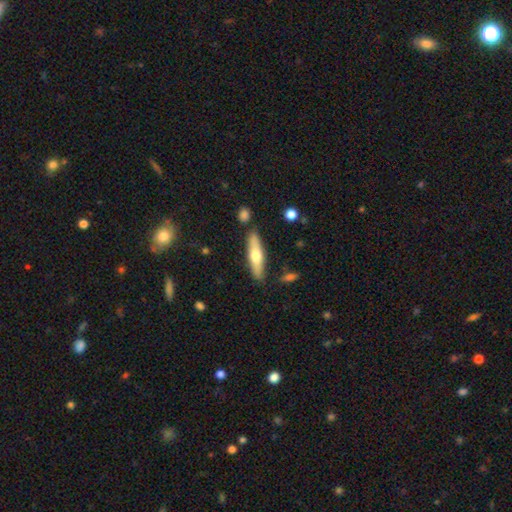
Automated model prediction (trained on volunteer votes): Smooth or featured?
  - smooth: 54% *
  - featured or disk: 40%
  - star or artifact: 5%
How rounded?
  - cigar-shaped: 73% *
  - in between: 25%
  - round: 2%
Merging?
  - none: 82% *
  - minor disturbance: 11%
  - merger: 4%
  - major disturbance: 2%